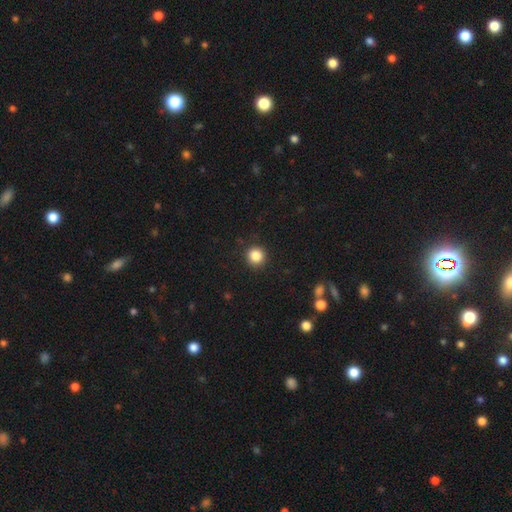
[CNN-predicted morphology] smooth_or_featured: smooth (p=0.85) [alt: star or artifact p=0.11]
how_rounded: round (p=0.94) [alt: in between p=0.05]
merging: none (p=0.91) [alt: minor disturbance p=0.06]